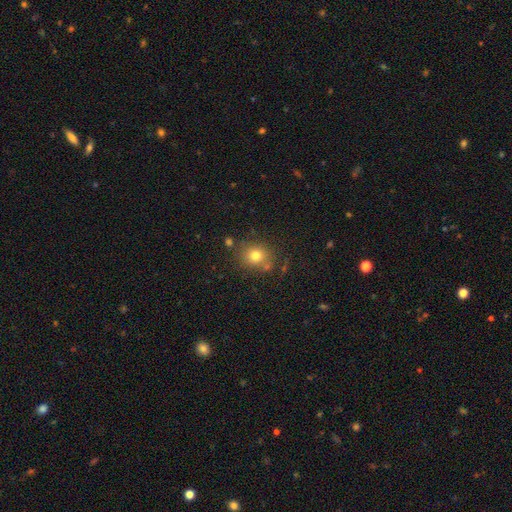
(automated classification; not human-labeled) Smooth or featured? smooth (75%)
How rounded? round (81%)
Merging? none (75%)